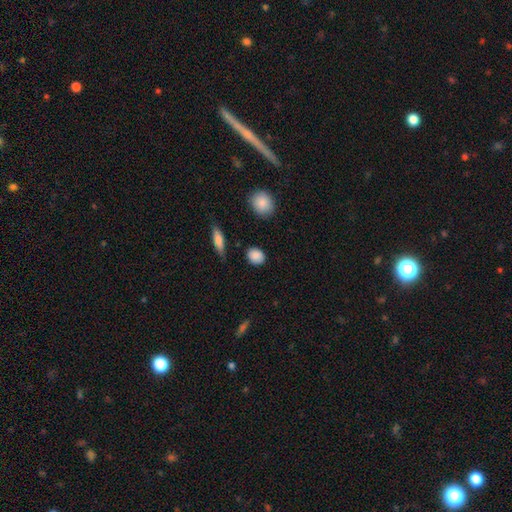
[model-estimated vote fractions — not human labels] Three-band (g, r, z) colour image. It shows a smooth galaxy with no disk features (88%) that is in between round and cigar-shaped (49%, tied with round). Merging: none (84%).